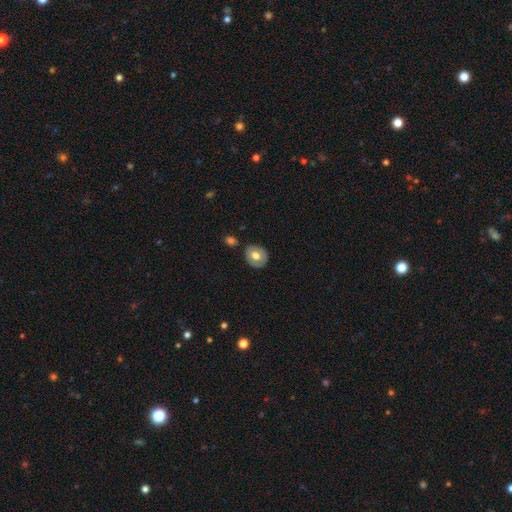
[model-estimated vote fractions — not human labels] Smooth or featured? smooth (59%)
How rounded? round (62%)
Merging? none (79%)